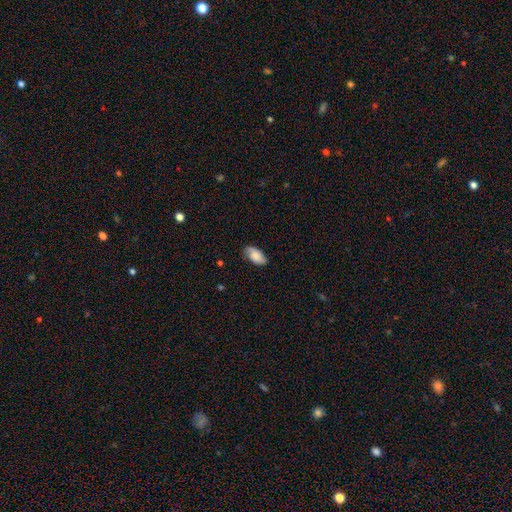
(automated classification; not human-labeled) smooth_or_featured: smooth (p=0.73) [alt: featured or disk p=0.20]
how_rounded: in between (p=0.93) [alt: cigar-shaped p=0.04]
merging: none (p=0.80) [alt: minor disturbance p=0.16]